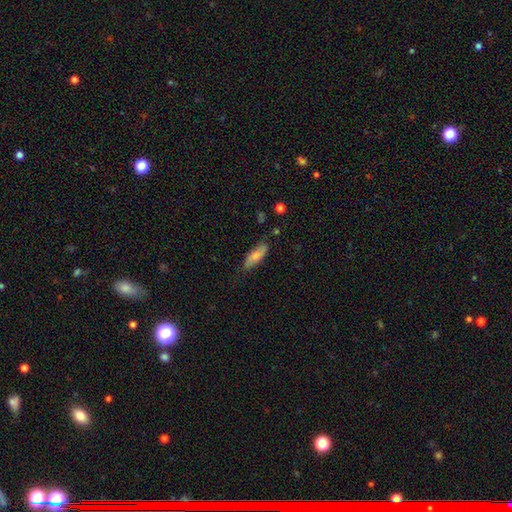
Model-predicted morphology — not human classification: Smooth or featured? smooth (72%)
How rounded? in between (56%)
Merging? none (74%)